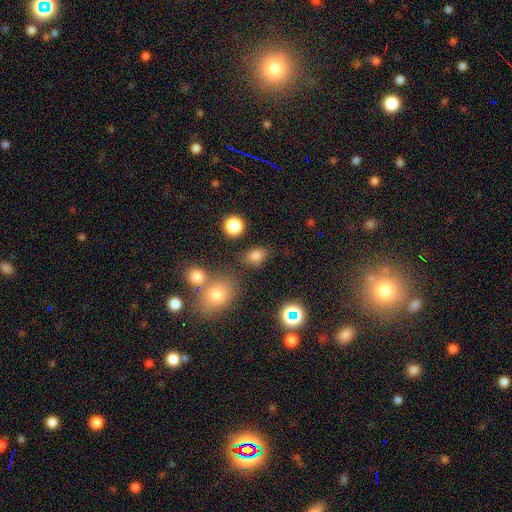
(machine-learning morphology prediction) This is likely a smooth galaxy (78%). How rounded: likely in between (64%). Merging: likely none (71%).